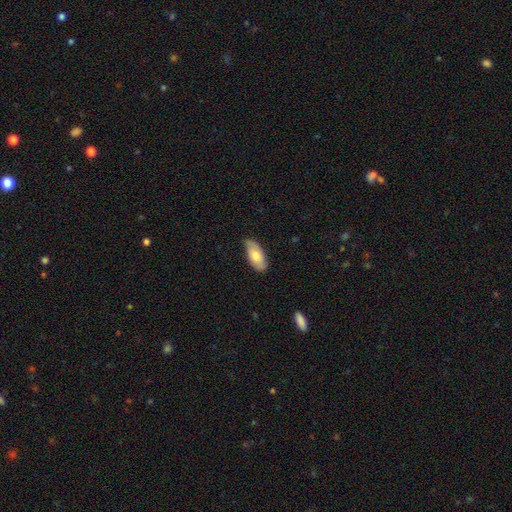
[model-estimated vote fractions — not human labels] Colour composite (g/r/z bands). It shows a smooth galaxy with no disk features (66%) that is in between round and cigar-shaped (91%). Merging: none (72%).